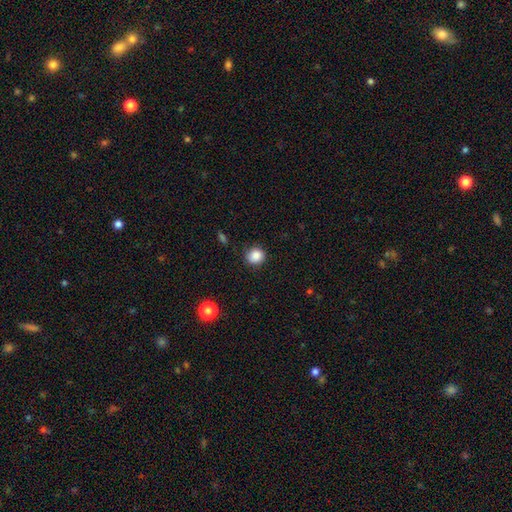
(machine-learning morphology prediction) Q: Smooth or featured?
A: smooth (86%); runner-up: star or artifact (10%)
Q: How rounded?
A: round (83%); runner-up: in between (16%)
Q: Merging?
A: none (83%); runner-up: minor disturbance (13%)